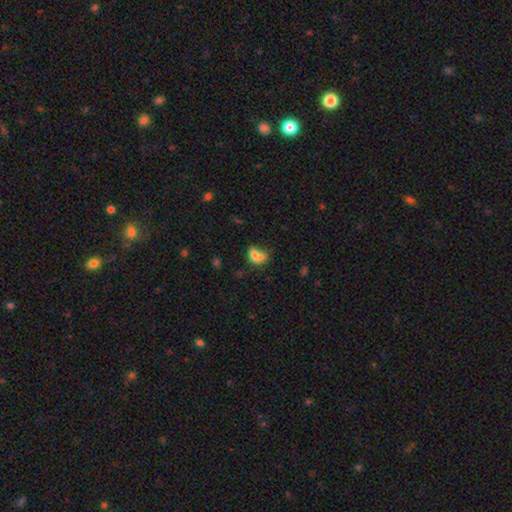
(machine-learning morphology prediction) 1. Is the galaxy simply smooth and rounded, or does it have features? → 71% smooth, 18% featured or disk, 11% star or artifact.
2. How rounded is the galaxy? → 61% in between, 38% round, 2% cigar-shaped.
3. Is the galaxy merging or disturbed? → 55% merger, 23% none, 12% minor disturbance, 10% major disturbance.